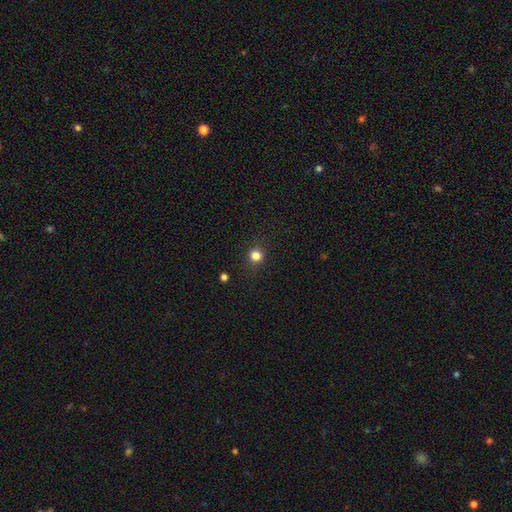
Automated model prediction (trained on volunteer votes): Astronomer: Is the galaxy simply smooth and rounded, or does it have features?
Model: smooth — 81%.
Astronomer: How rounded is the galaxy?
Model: round — 89%.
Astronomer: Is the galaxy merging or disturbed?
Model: none — 87%.